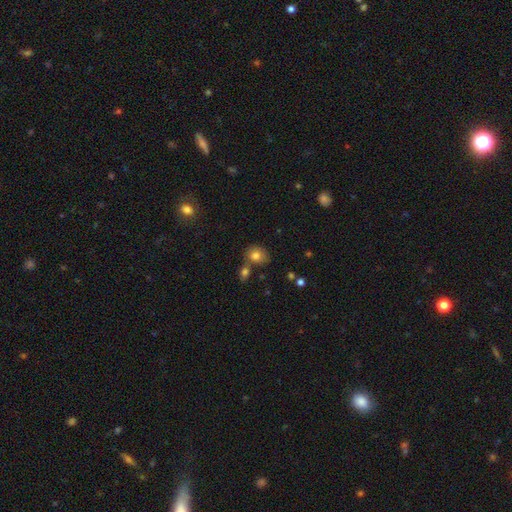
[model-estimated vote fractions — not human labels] A smooth galaxy with no disk features (79%) that is round (60%). Merging: none (62%).